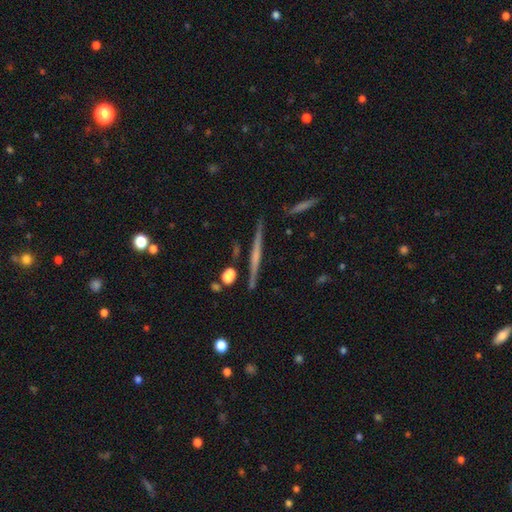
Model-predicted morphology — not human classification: A featured or disk galaxy (68%) viewed edge-on (98%) with no central bulge (61%). Merging: none (90%).